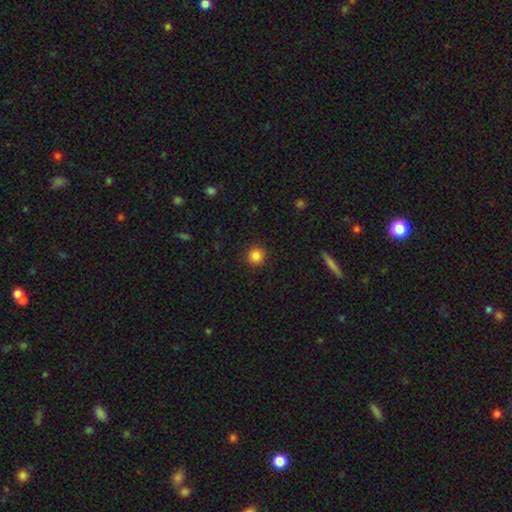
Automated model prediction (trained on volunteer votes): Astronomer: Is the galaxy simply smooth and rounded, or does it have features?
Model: smooth — 86%.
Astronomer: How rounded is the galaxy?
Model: round — 94%.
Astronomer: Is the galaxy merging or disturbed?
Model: none — 91%.